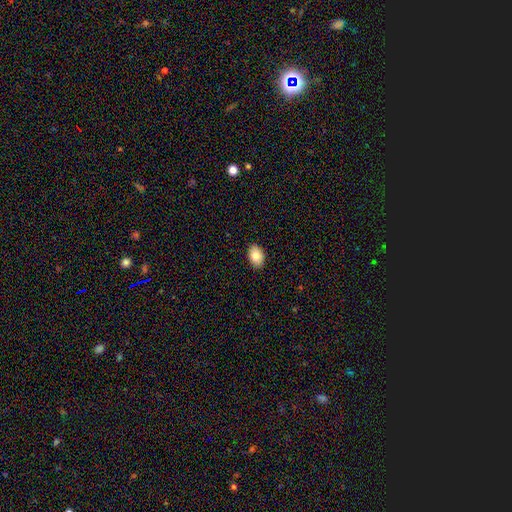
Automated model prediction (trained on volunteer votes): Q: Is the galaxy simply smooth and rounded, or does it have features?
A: smooth — 83%.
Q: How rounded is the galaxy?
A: in between — 85%.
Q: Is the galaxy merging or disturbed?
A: none — 90%.